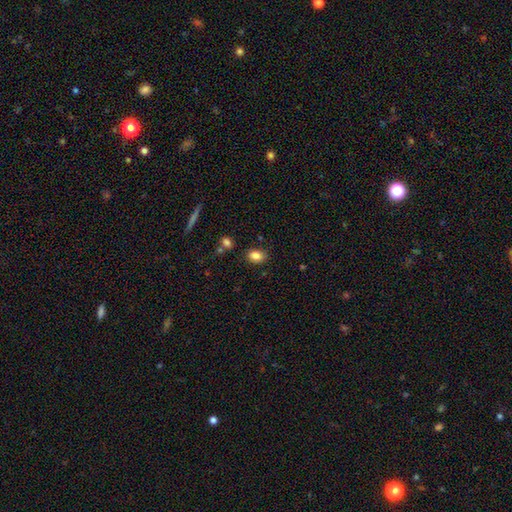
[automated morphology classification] Smooth or featured? smooth (85%)
How rounded? in between (73%)
Merging? none (81%)